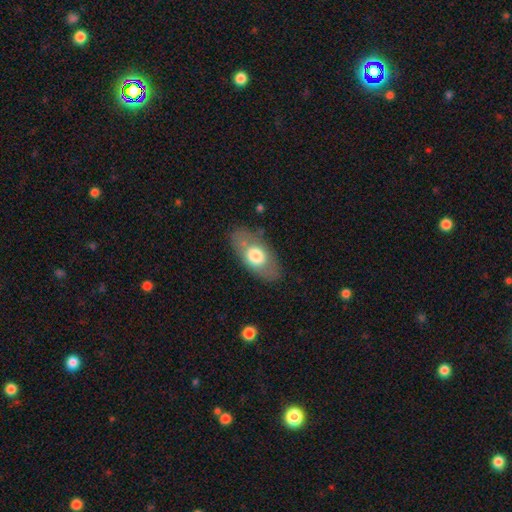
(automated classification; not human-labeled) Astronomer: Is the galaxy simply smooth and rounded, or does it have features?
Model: smooth — 62%.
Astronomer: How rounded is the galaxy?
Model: in between — 87%.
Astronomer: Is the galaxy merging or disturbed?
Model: none — 77%.